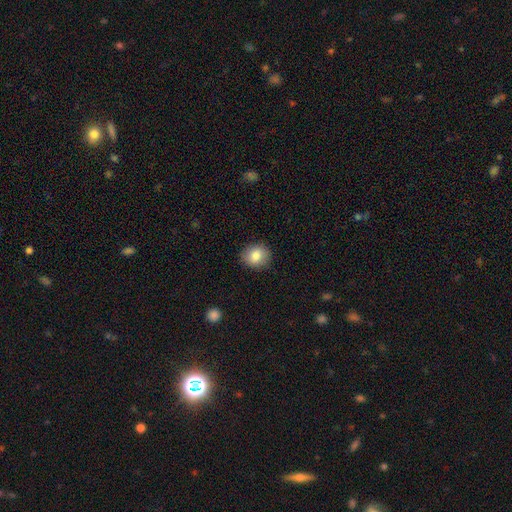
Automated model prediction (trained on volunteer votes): Smooth or featured? smooth (84%)
How rounded? round (64%)
Merging? none (87%)